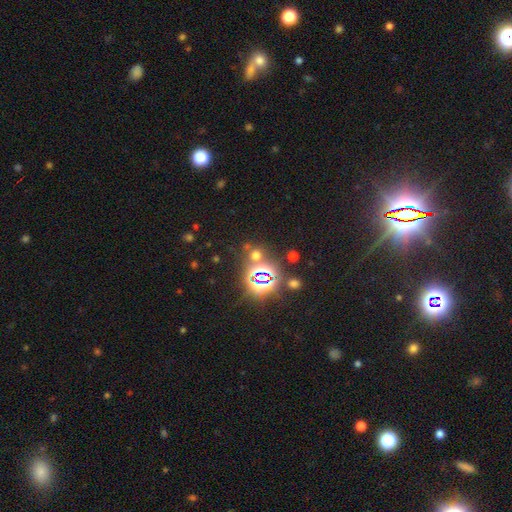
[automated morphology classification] star or artifact 56%, smooth 36%, featured or disk 8%.